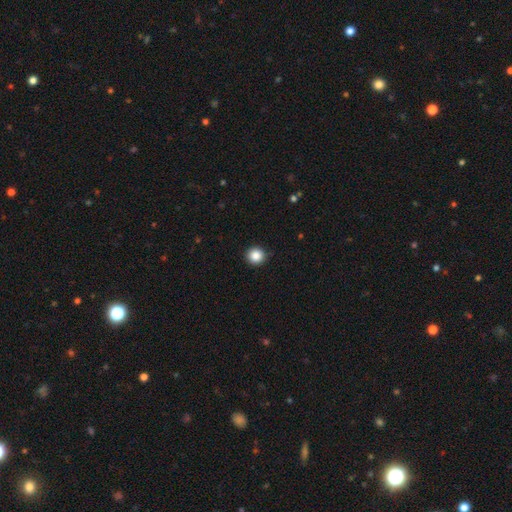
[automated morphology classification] smooth 86%, star or artifact 10%, featured or disk 3%. Down the decision tree: how rounded — round (94%); merging — none (92%).